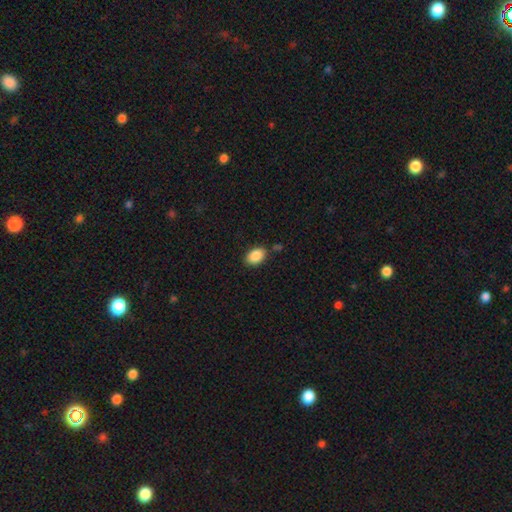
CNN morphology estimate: Smooth or featured: smooth — 88% (star or artifact — 7%)
How rounded: in between — 86% (round — 13%)
Merging: none — 81% (minor disturbance — 12%)